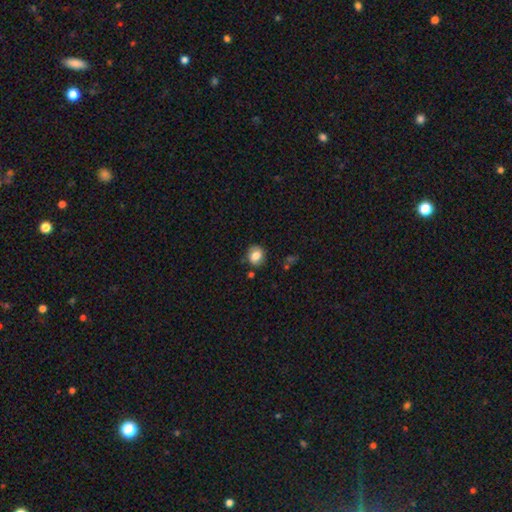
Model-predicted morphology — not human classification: Smooth or featured?
  - smooth: 79% *
  - featured or disk: 12%
  - star or artifact: 9%
How rounded?
  - round: 71% *
  - in between: 28%
  - cigar-shaped: 1%
Merging?
  - none: 81% *
  - minor disturbance: 13%
  - major disturbance: 3%
  - merger: 3%